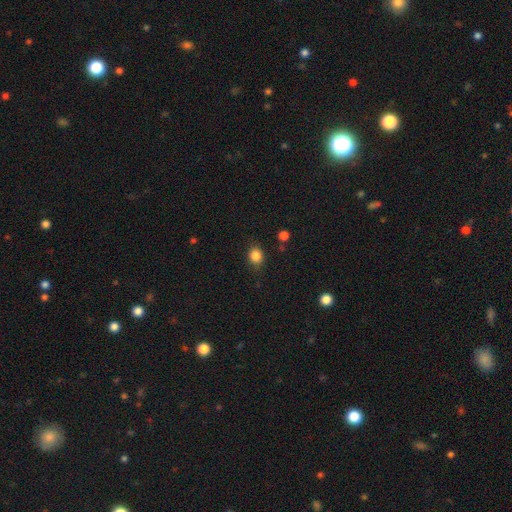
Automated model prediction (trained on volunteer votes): Q: Smooth or featured?
A: smooth (84%); runner-up: star or artifact (11%)
Q: How rounded?
A: round (58%); runner-up: in between (41%)
Q: Merging?
A: none (81%); runner-up: minor disturbance (14%)